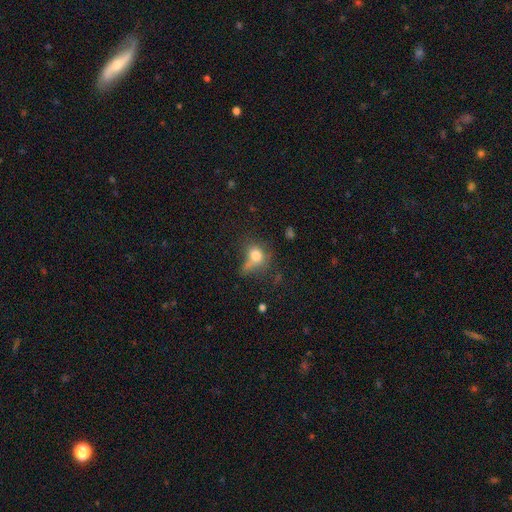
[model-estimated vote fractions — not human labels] A smooth galaxy with no disk features (75%) that is round (57%).

Vote fractions:
- Smooth or featured? smooth: 75% / star or artifact: 13% / featured or disk: 12%
- How rounded? round: 57% / in between: 41% / cigar-shaped: 2%
- Merging? none: 40% / minor disturbance: 24% / major disturbance: 20% / merger: 16%